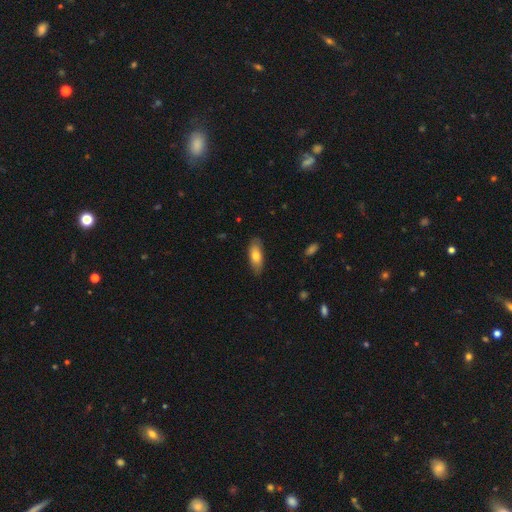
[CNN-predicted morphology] Smooth or featured? smooth (69%)
How rounded? in between (75%)
Merging? none (81%)